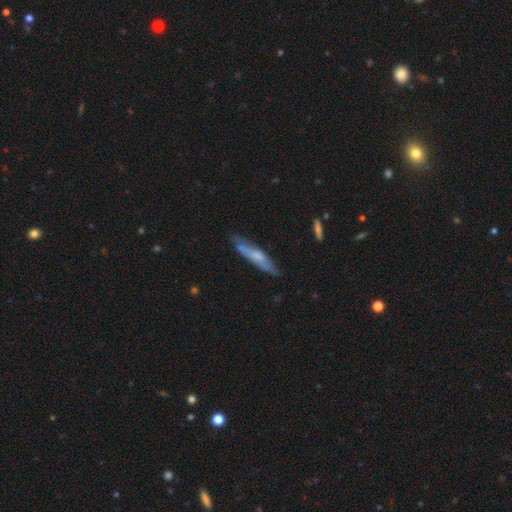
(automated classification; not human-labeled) featured or disk 48%, smooth 46%, star or artifact 6%. Down the decision tree: merging — none (71%).